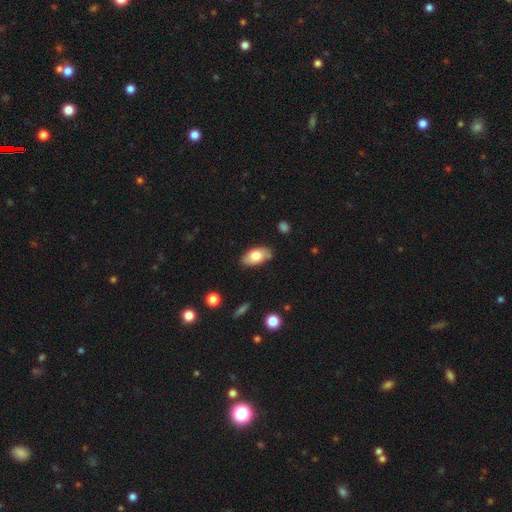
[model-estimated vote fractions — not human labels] Q: Smooth or featured?
A: smooth (77%); runner-up: featured or disk (16%)
Q: How rounded?
A: in between (94%); runner-up: round (4%)
Q: Merging?
A: none (80%); runner-up: minor disturbance (15%)